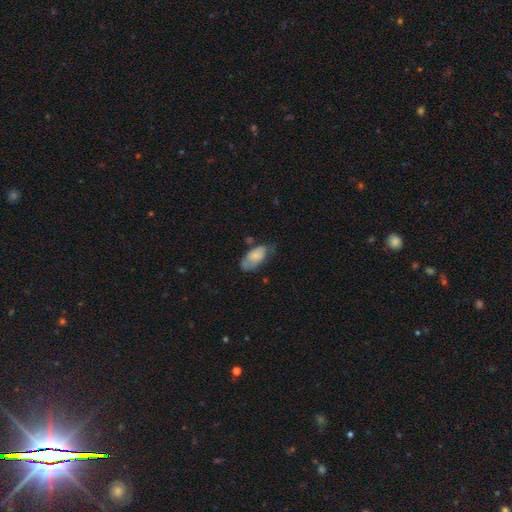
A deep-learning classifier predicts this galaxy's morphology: This appears to be a smooth galaxy with no disk features (72%) that is in between round and cigar-shaped (91%). Merging: none (45%).